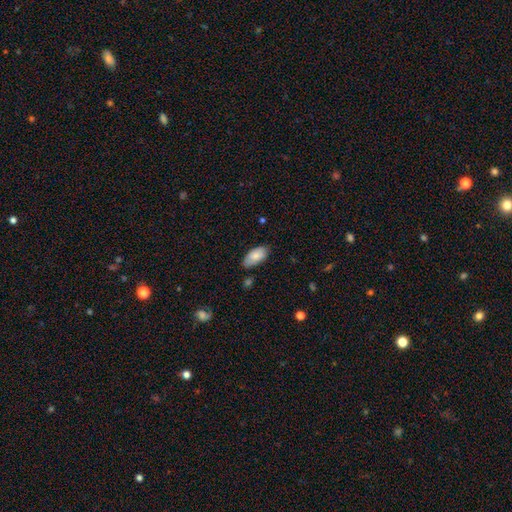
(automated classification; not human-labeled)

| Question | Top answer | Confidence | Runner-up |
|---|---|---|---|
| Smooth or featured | smooth | 83% | featured or disk (10%) |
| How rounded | in between | 94% | cigar-shaped (4%) |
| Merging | none | 76% | minor disturbance (19%) |